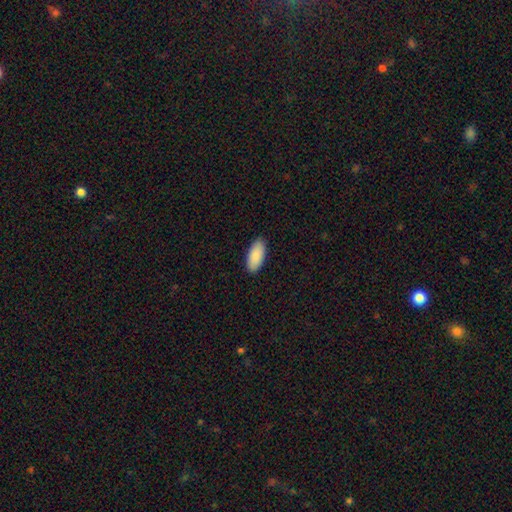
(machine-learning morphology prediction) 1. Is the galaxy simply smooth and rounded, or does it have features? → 91% smooth, 5% star or artifact, 4% featured or disk.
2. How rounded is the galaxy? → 91% in between, 8% cigar-shaped, 2% round.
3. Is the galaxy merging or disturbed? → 90% none, 8% minor disturbance, 2% major disturbance, 1% merger.